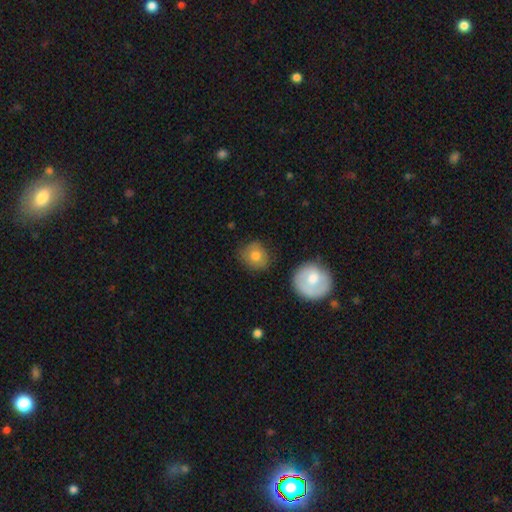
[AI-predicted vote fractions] The model was most divided on "merging": none: 74%, minor disturbance: 18%, major disturbance: 5%, merger: 3%. More confident: how rounded — round (80%); smooth or featured — smooth (74%).